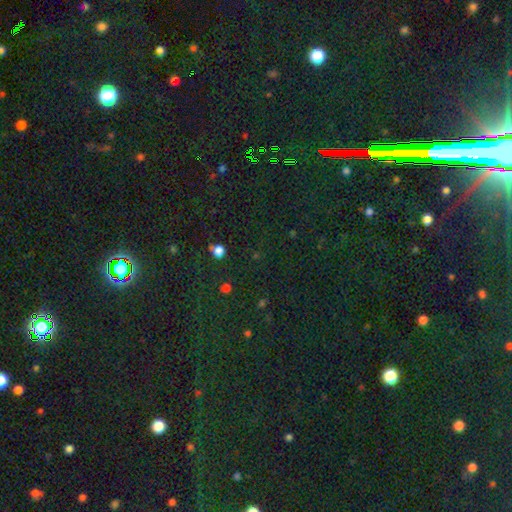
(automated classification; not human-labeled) Q: Smooth or featured?
A: star or artifact (78%); runner-up: smooth (14%)